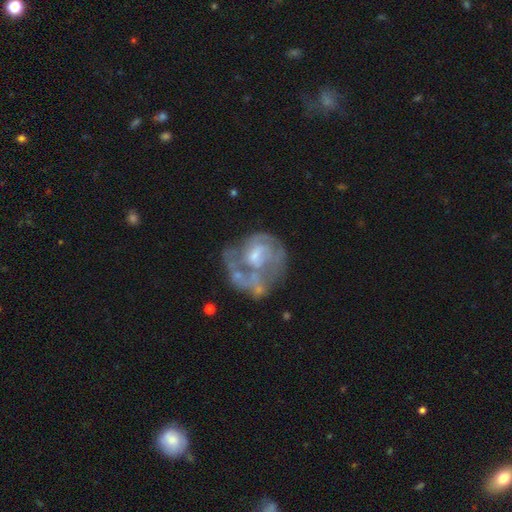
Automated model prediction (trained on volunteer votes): This appears to be a featured or disk galaxy (70%) with no bar (66%), no spiral arms (53%) and a small central bulge (37%). Merging: none (36%).